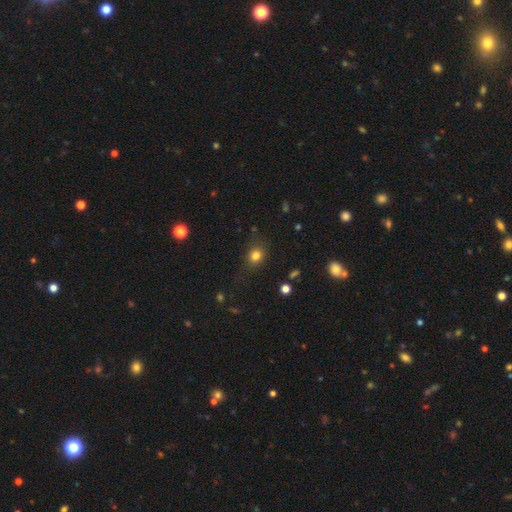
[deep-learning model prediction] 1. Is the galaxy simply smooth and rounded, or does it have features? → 79% smooth, 13% star or artifact, 7% featured or disk.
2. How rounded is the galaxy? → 62% round, 36% in between, 2% cigar-shaped.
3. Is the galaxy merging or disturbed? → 71% none, 19% minor disturbance, 8% major disturbance, 2% merger.